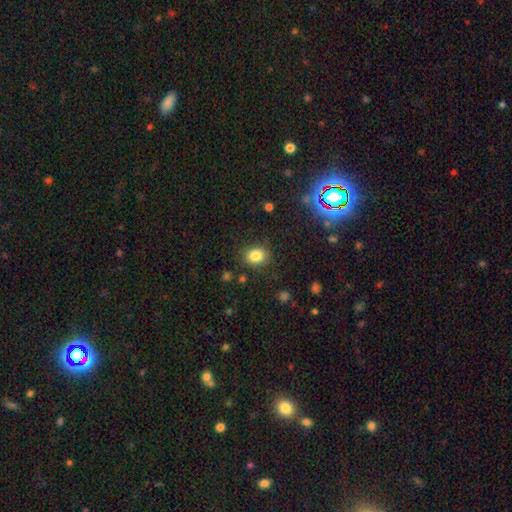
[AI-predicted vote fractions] Q: Smooth or featured?
A: smooth (83%); runner-up: star or artifact (11%)
Q: How rounded?
A: round (52%); runner-up: in between (47%)
Q: Merging?
A: none (84%); runner-up: minor disturbance (11%)